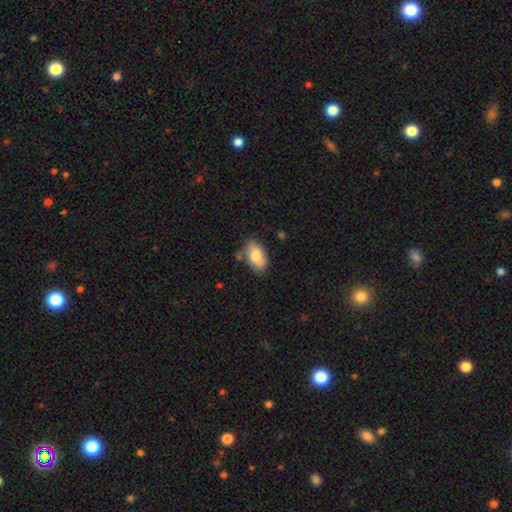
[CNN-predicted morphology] Overall: smooth (69%). How rounded: in between (90%). Merging: none (56%; minor disturbance 24%).